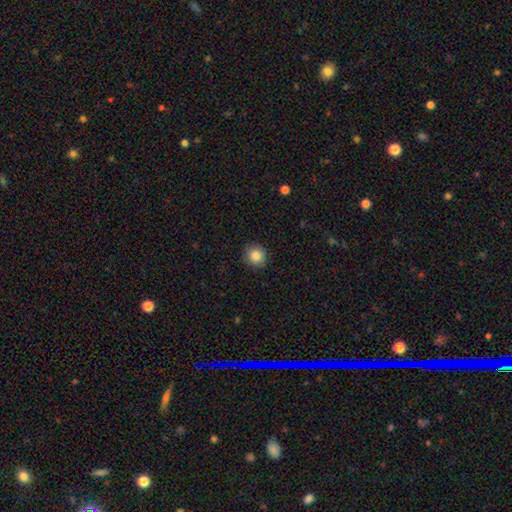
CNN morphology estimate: Smooth or featured? Predicted: smooth (p=0.86). How rounded? Predicted: round (p=0.92). Merging? Predicted: none (p=0.90).